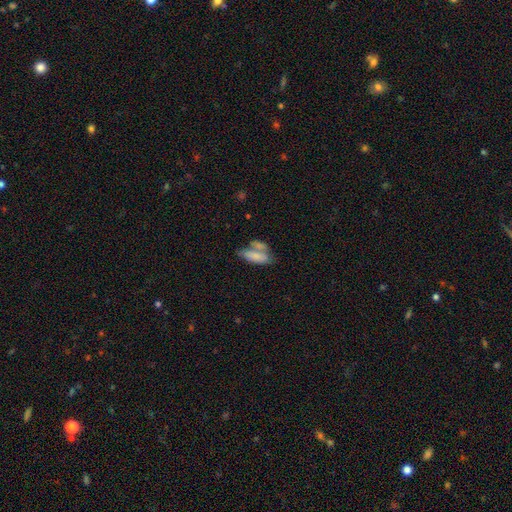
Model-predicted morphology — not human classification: smooth-or-featured: smooth: 73% | featured or disk: 20% | star or artifact: 7%
  how-rounded: in between: 78% | cigar-shaped: 19% | round: 3%
  merging: merger: 45% | none: 31% | minor disturbance: 16% | major disturbance: 8%